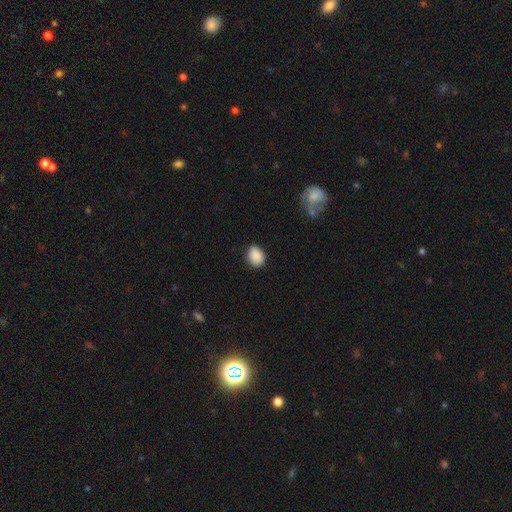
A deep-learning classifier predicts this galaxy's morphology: Smooth or featured? smooth (90%)
How rounded? in between (61%)
Merging? none (86%)